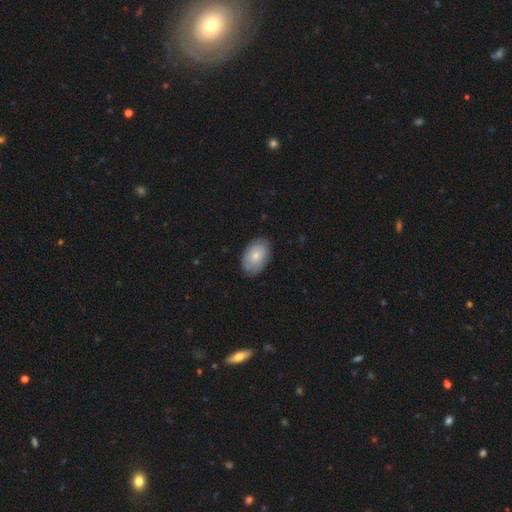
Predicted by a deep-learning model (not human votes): Morphology: type=smooth (63%); roundness=in between (89%); merging=none (77%).